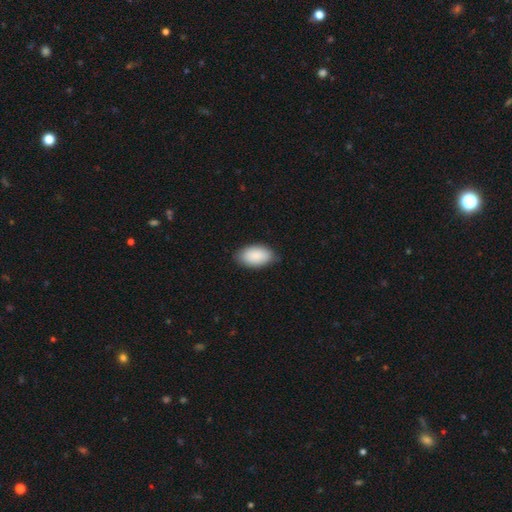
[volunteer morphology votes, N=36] Smooth or featured? 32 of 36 (89%) said smooth. How rounded? 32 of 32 (100%) said in between. Merging? 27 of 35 (77%) said none.